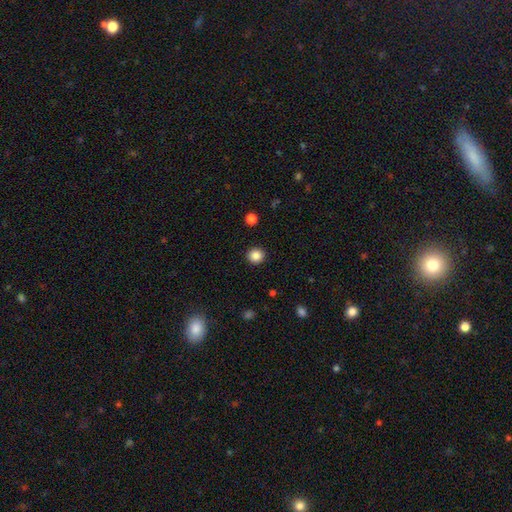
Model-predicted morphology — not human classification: Smooth or featured?
  - smooth: 86% *
  - star or artifact: 10%
  - featured or disk: 3%
How rounded?
  - round: 90% *
  - in between: 9%
  - cigar-shaped: 1%
Merging?
  - none: 92% *
  - minor disturbance: 5%
  - major disturbance: 2%
  - merger: 1%